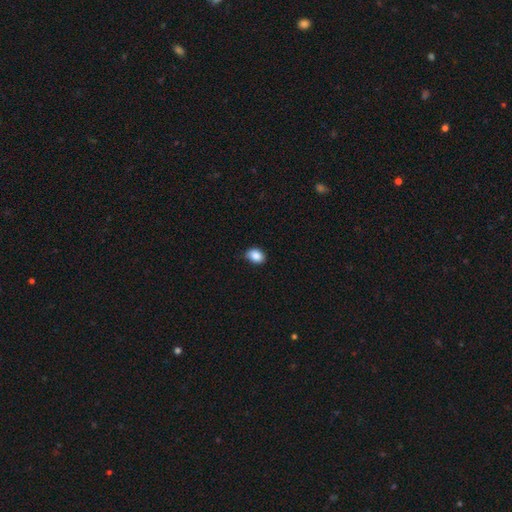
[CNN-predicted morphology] A smooth galaxy with no disk features (88%) that is in between round and cigar-shaped (76%). Merging: none (81%).